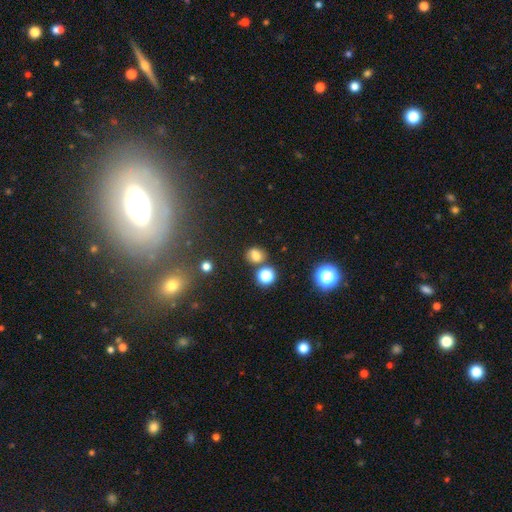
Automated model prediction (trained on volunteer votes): smooth-or-featured: smooth: 74% | star or artifact: 18% | featured or disk: 8%
  how-rounded: round: 65% | in between: 34% | cigar-shaped: 1%
  merging: none: 69% | merger: 15% | minor disturbance: 12% | major disturbance: 4%